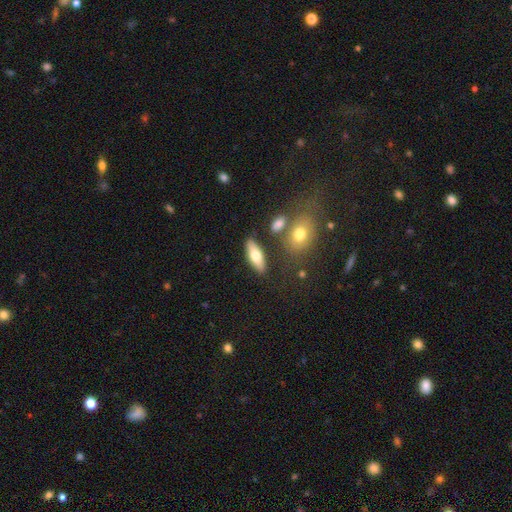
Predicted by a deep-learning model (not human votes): Overall: smooth (67%). How rounded: in between (66%; cigar-shaped 31%). Merging: none (80%).